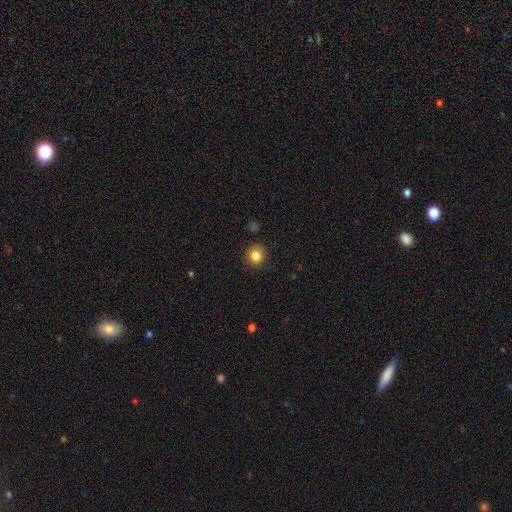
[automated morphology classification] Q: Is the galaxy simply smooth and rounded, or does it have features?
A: smooth — 83%.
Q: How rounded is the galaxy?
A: round — 89%.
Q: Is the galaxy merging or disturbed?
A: none — 89%.